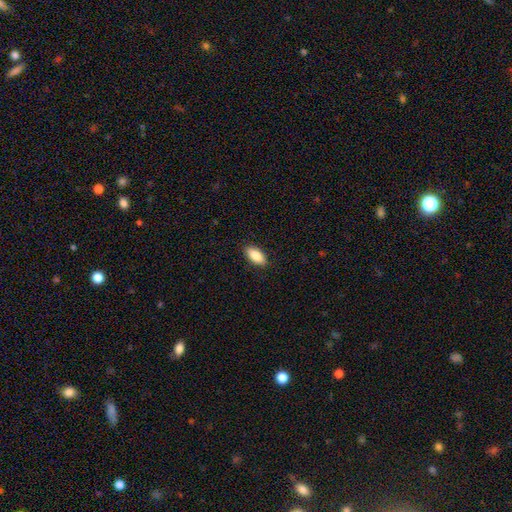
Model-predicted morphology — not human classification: This appears to be a smooth galaxy with no disk features (87%) that is in between round and cigar-shaped (91%). Merging: none (89%).